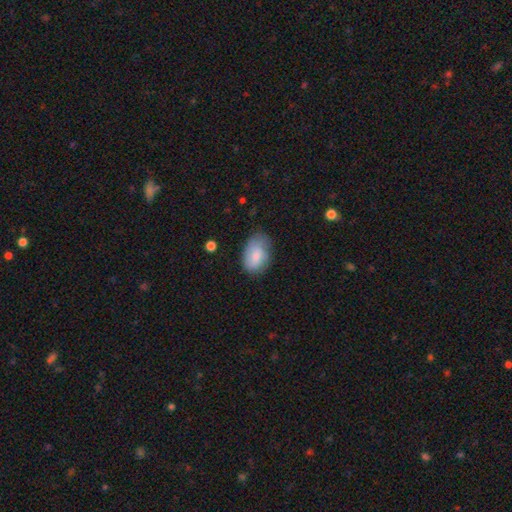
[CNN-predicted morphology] Smooth or featured: smooth — 78% (featured or disk — 15%)
How rounded: in between — 89% (round — 10%)
Merging: none — 61% (minor disturbance — 30%)